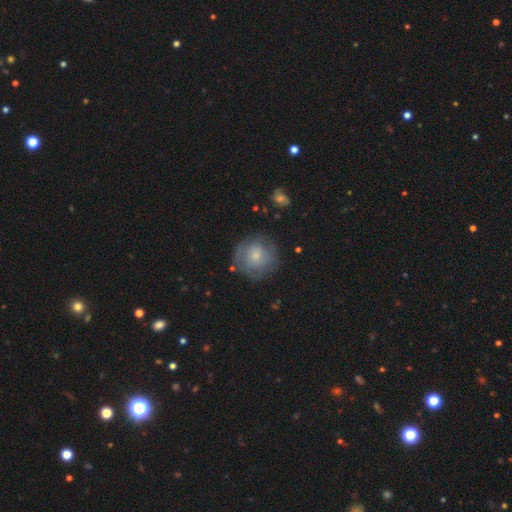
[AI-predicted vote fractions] Overall: smooth (57%; featured or disk 36%). How rounded: round (91%). Merging: none (74%).